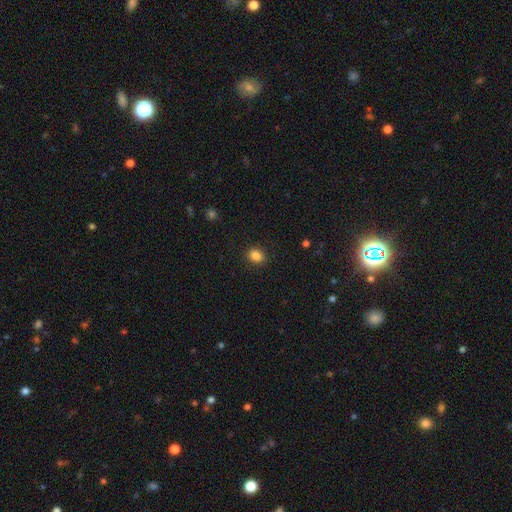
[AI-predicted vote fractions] Overall: smooth (86%). How rounded: in between (56%; round 43%). Merging: none (89%).